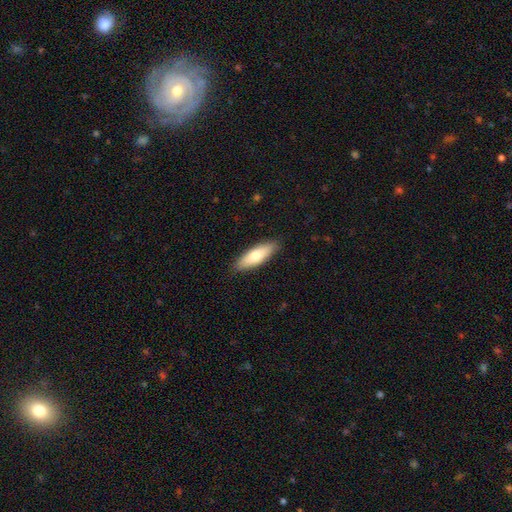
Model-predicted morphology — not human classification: This appears to be a smooth galaxy with no disk features (74%) that is in between round and cigar-shaped (55%). Merging: none (88%).